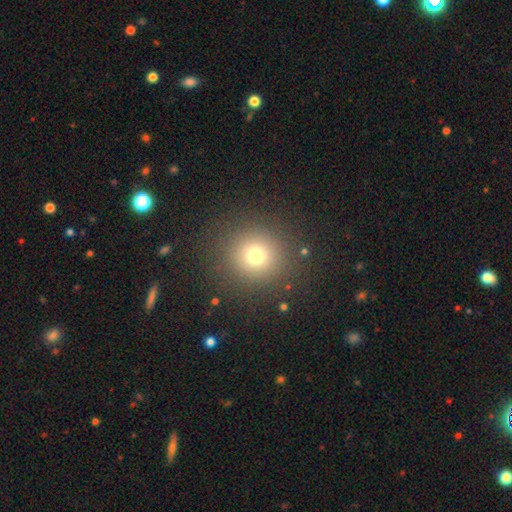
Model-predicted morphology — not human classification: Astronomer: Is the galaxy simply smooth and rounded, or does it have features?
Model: smooth — 72%.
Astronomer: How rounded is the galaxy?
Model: round — 93%.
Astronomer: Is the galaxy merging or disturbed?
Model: none — 89%.